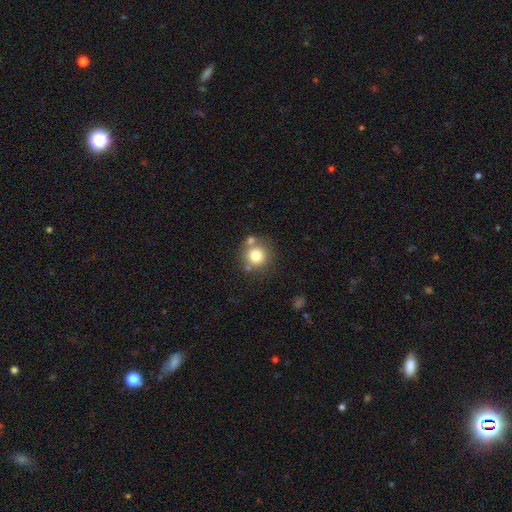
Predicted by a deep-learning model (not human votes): Smooth or featured? Predicted: smooth (p=0.77). How rounded? Predicted: round (p=0.92). Merging? Predicted: none (p=0.68).